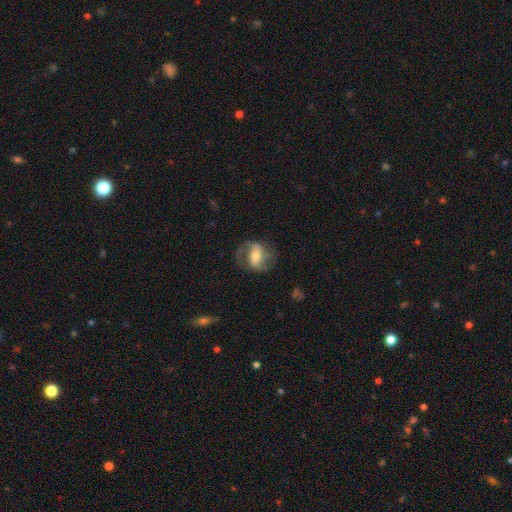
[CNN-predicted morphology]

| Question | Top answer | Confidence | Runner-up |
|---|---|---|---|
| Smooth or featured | featured or disk | 70% | smooth (23%) |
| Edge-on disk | no | 95% | yes (5%) |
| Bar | strong | 40% | weak (35%) |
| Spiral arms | yes | 86% | no (14%) |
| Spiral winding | medium | 49% | loose (33%) |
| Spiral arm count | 2 | 84% | can't tell (7%) |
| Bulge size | moderate | 57% | small (31%) |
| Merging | none | 68% | minor disturbance (17%) |